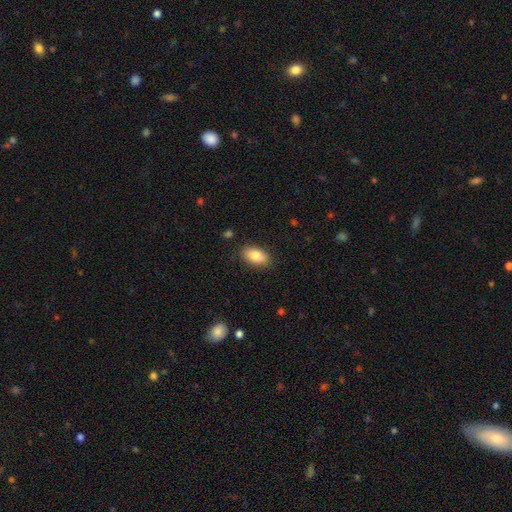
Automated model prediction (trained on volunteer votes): The model was most divided on "merging": none: 85%, minor disturbance: 11%, major disturbance: 3%, merger: 1%. More confident: how rounded — in between (92%); smooth or featured — smooth (85%).